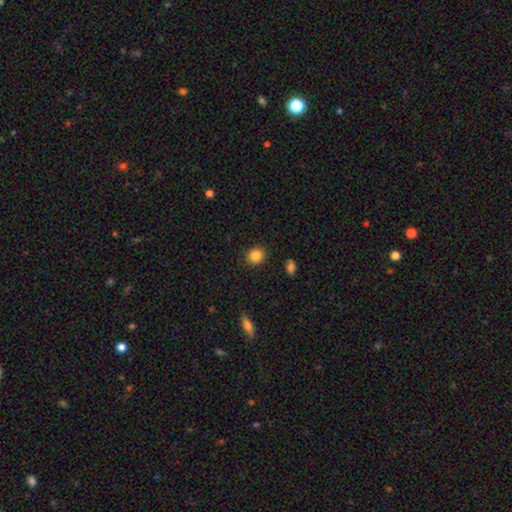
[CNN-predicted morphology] This appears to be a smooth galaxy with no disk features (85%) that is round (77%). Merging: none (90%).